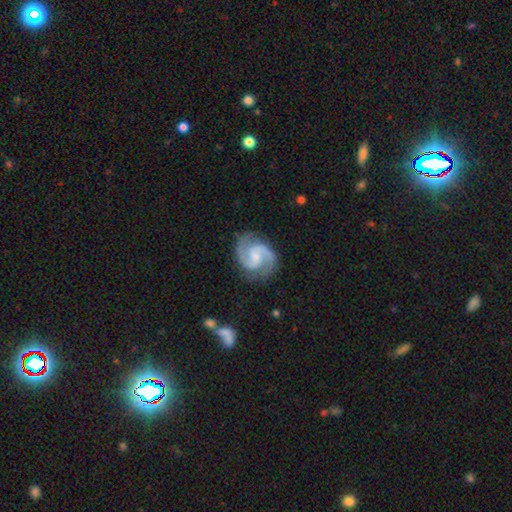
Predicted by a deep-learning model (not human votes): Smooth or featured?
  - featured or disk: 91% *
  - smooth: 5%
  - star or artifact: 4%
Edge-on disk?
  - no: 98% *
  - yes: 2%
Bar?
  - weak: 53% *
  - no: 36%
  - strong: 11%
Spiral arms?
  - yes: 98% *
  - no: 2%
Spiral winding?
  - medium: 63% *
  - tight: 22%
  - loose: 16%
Spiral arm count?
  - 2: 93% *
  - can't tell: 2%
  - 3: 2%
  - 1: 1%
  - 4: 1%
  - more than 4: 1%
Bulge size?
  - small: 42% *
  - moderate: 27%
  - none: 26%
  - large: 3%
  - dominant: 1%
Merging?
  - none: 80% *
  - minor disturbance: 14%
  - major disturbance: 5%
  - merger: 1%